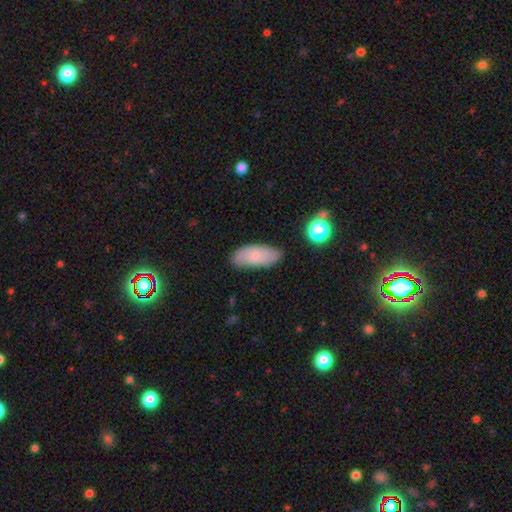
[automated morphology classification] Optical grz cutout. It shows a smooth galaxy with no disk features (67%) that is in between round and cigar-shaped (87%). Merging: none (78%).